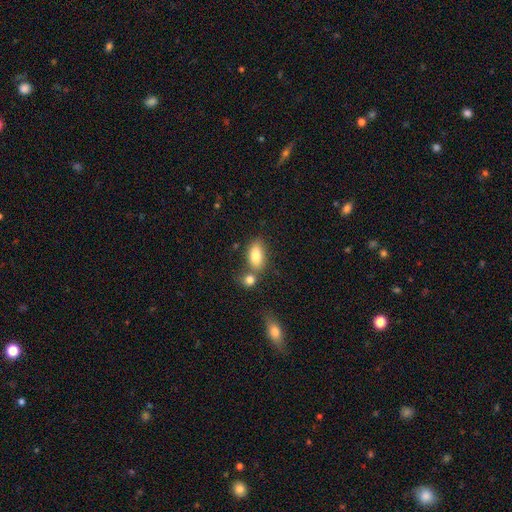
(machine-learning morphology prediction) A smooth galaxy with no disk features (81%) that is in between round and cigar-shaped (88%).

Vote fractions:
- Smooth or featured? smooth: 81% / featured or disk: 12% / star or artifact: 7%
- How rounded? in between: 88% / round: 6% / cigar-shaped: 6%
- Merging? none: 57% / merger: 27% / minor disturbance: 13% / major disturbance: 4%